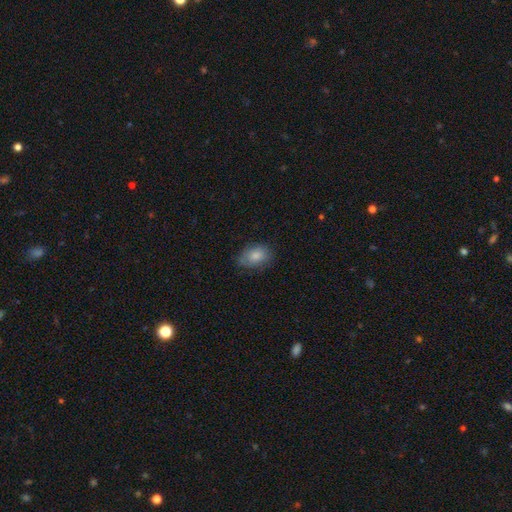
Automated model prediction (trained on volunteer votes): The model was most divided on "merging": none: 75%, minor disturbance: 20%, major disturbance: 4%, merger: 1%. More confident: smooth or featured — smooth (84%); how rounded — in between (79%).